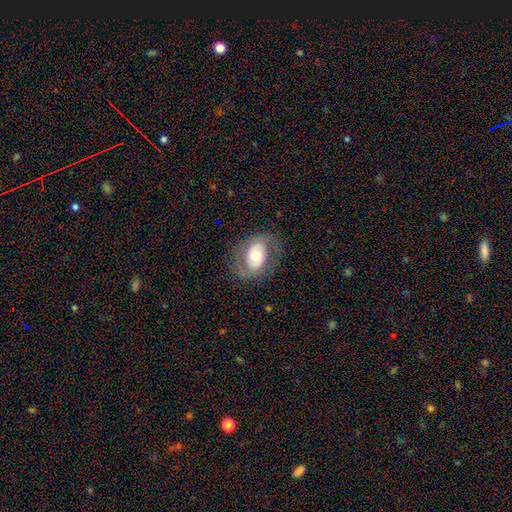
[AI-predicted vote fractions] featured or disk 57%, smooth 36%, star or artifact 7%. Down the decision tree: edge-on disk — no (95%); bar — no (67%); spiral arms — yes (58%); bulge size — moderate (65%); merging — none (74%).